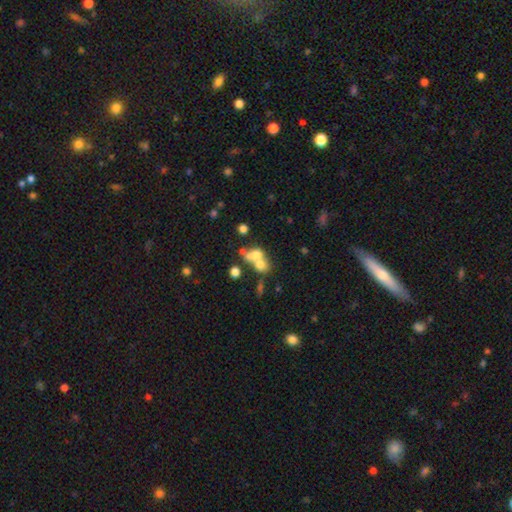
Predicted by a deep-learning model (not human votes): Smooth or featured: smooth — 58% (featured or disk — 27%)
How rounded: round — 53% (in between — 45%)
Merging: merger — 63% (none — 22%)